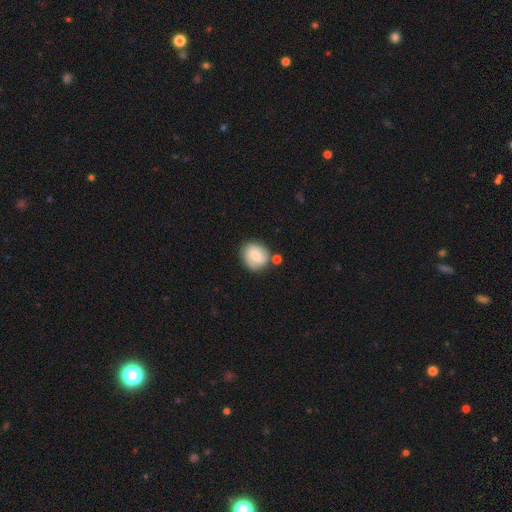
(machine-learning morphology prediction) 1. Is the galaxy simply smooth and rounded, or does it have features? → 60% smooth, 32% featured or disk, 8% star or artifact.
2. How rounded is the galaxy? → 71% round, 28% in between, 1% cigar-shaped.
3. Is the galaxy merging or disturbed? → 64% none, 18% minor disturbance, 13% merger, 5% major disturbance.